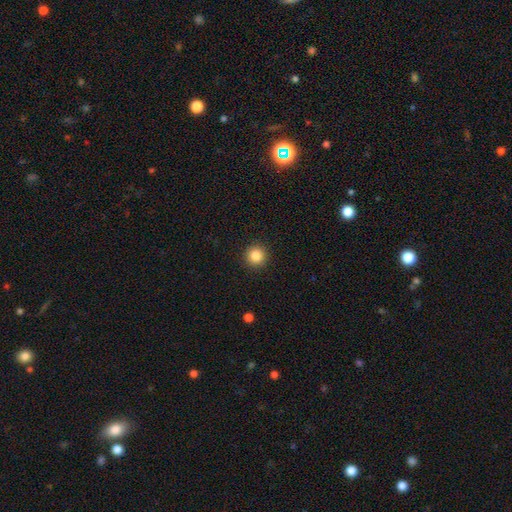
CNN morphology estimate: A smooth galaxy with no disk features (85%) that is round (95%). Merging: none (93%).